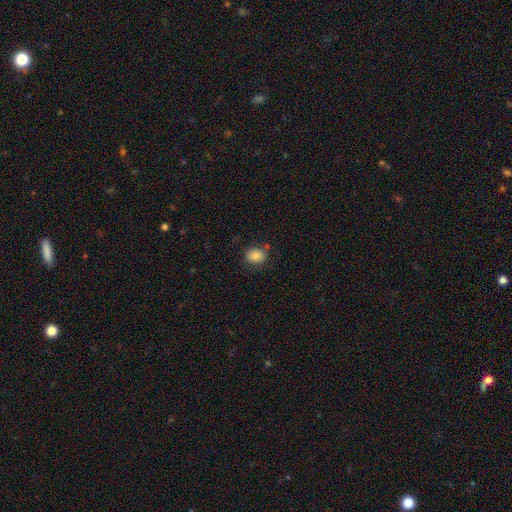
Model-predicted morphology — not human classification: The model was most divided on "how rounded": in between: 51%, round: 48%, cigar-shaped: 1%. More confident: smooth or featured — smooth (85%); merging — none (74%).